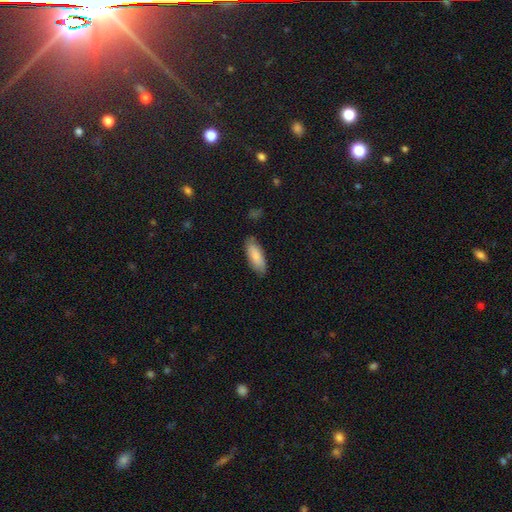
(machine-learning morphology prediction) This appears to be a smooth galaxy with no disk features (84%) that is in between round and cigar-shaped (73%). Merging: none (81%).